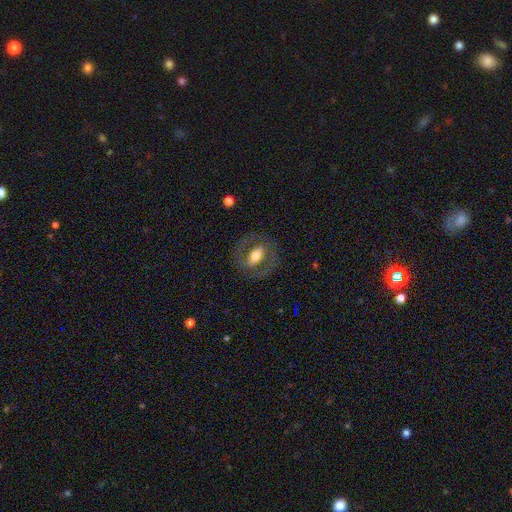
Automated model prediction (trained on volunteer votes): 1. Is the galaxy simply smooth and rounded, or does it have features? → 54% featured or disk, 39% smooth, 7% star or artifact.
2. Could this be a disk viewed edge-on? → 88% no, 12% yes.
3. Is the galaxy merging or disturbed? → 77% none, 12% minor disturbance, 10% major disturbance, 1% merger.